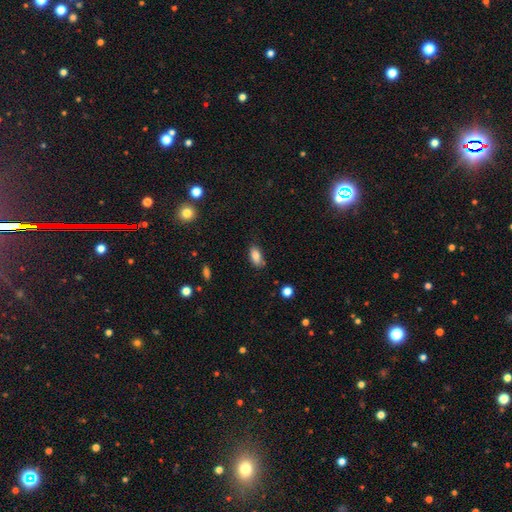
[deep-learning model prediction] Smooth or featured? Predicted: smooth (p=0.85). How rounded? Predicted: in between (p=0.90). Merging? Predicted: none (p=0.74).